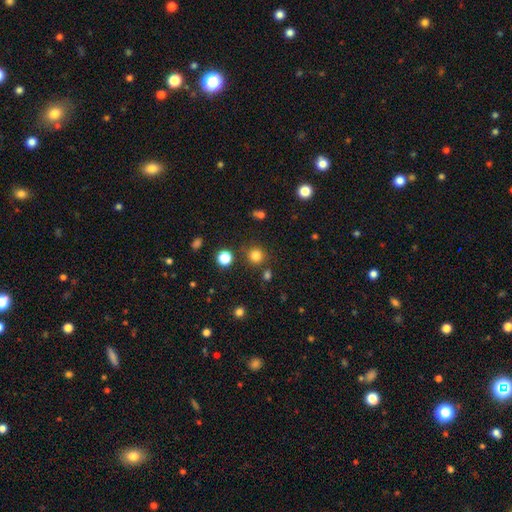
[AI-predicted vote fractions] This appears to be a smooth galaxy with no disk features (79%) that is round (93%). Merging: none (84%).